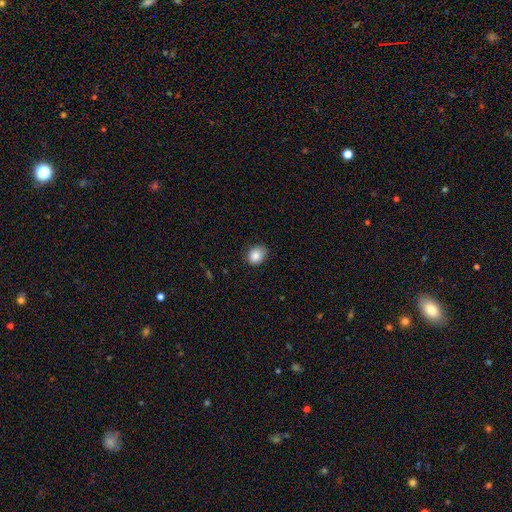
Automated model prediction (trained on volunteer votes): smooth_or_featured: smooth (p=0.86) [alt: star or artifact p=0.09]
how_rounded: round (p=0.57) [alt: in between p=0.42]
merging: none (p=0.81) [alt: minor disturbance p=0.15]